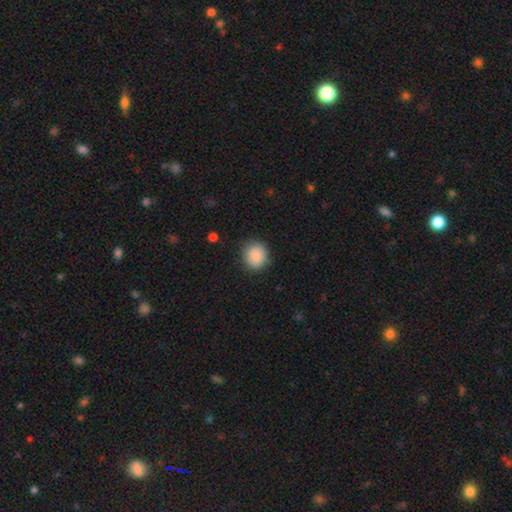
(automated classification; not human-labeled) A smooth galaxy with no disk features (89%) that is round (83%).

Vote fractions:
- Smooth or featured? smooth: 89% / star or artifact: 8% / featured or disk: 4%
- How rounded? round: 83% / in between: 16% / cigar-shaped: 1%
- Merging? none: 85% / minor disturbance: 11% / major disturbance: 3% / merger: 1%